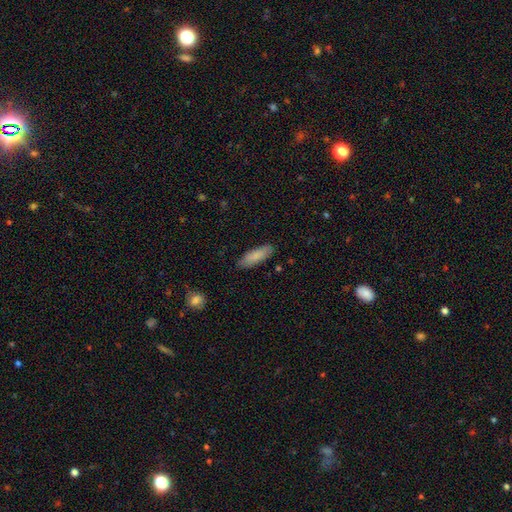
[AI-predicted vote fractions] Smooth or featured? smooth (84%)
How rounded? in between (57%)
Merging? none (86%)